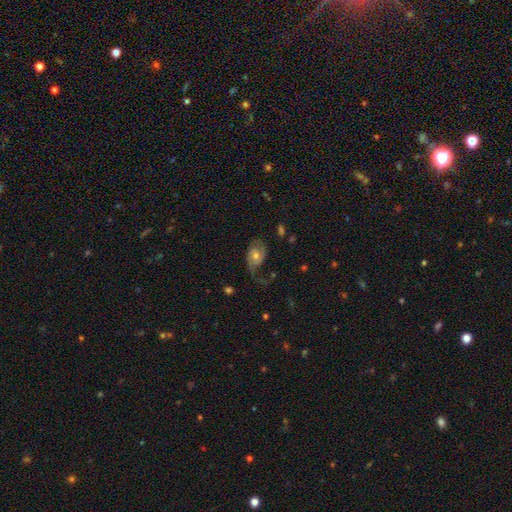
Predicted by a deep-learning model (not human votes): Morphology: type=featured or disk (72%); edge-on=no (97%); bar=no (63%); spiral arms=yes (91%); winding=loose (44%); arm count=2 (75%); bulge=moderate (61%); merging=none (49%).